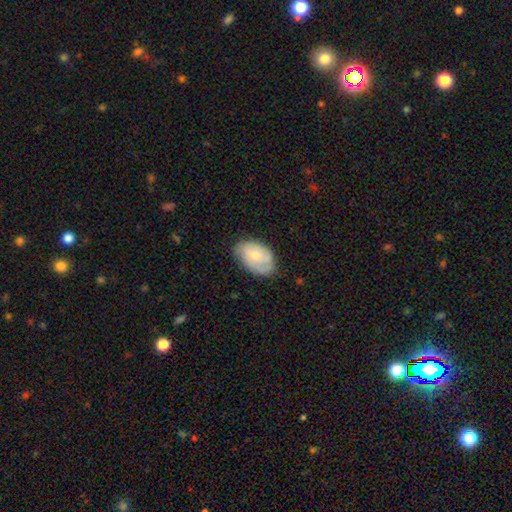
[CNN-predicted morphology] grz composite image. It shows a smooth galaxy with no disk features (50%). Merging: none (66%).